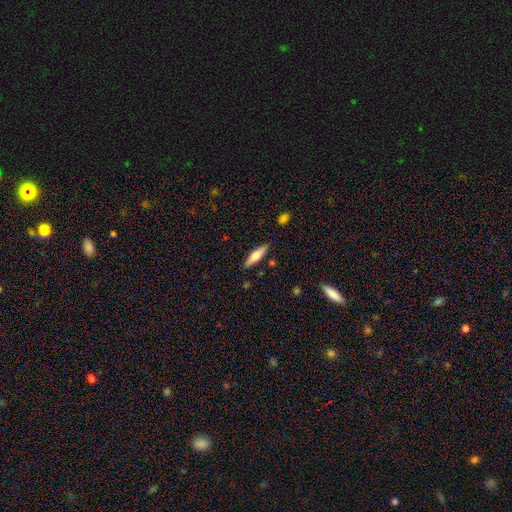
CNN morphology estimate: type=smooth (58%); roundness=cigar-shaped (67%); merging=none (86%).